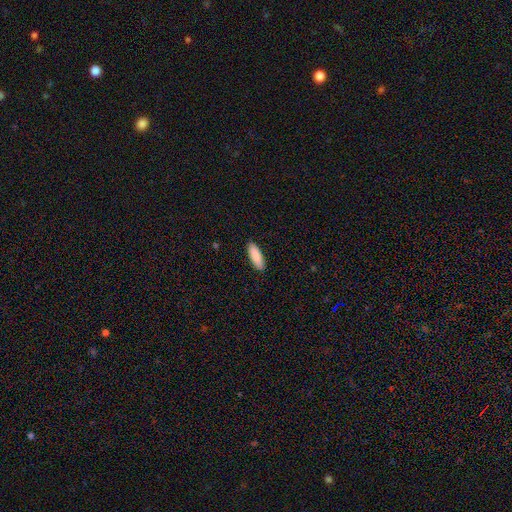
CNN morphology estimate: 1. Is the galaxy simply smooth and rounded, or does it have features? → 89% smooth, 5% star or artifact, 5% featured or disk.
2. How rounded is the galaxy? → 61% in between, 37% cigar-shaped, 1% round.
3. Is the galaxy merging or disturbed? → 90% none, 7% minor disturbance, 2% major disturbance, 1% merger.